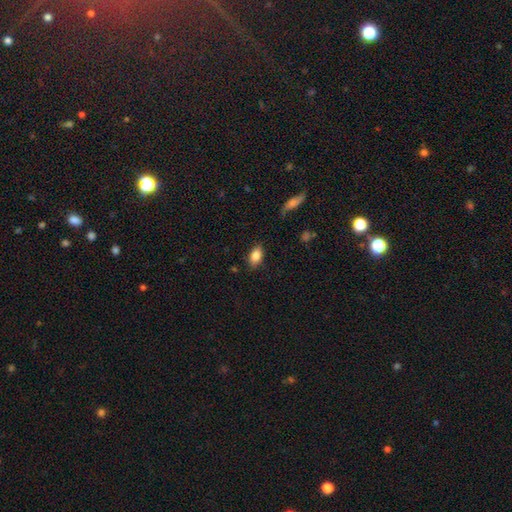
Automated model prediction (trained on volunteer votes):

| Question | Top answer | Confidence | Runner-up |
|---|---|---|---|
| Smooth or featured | smooth | 84% | featured or disk (8%) |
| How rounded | in between | 89% | round (8%) |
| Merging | none | 83% | minor disturbance (12%) |